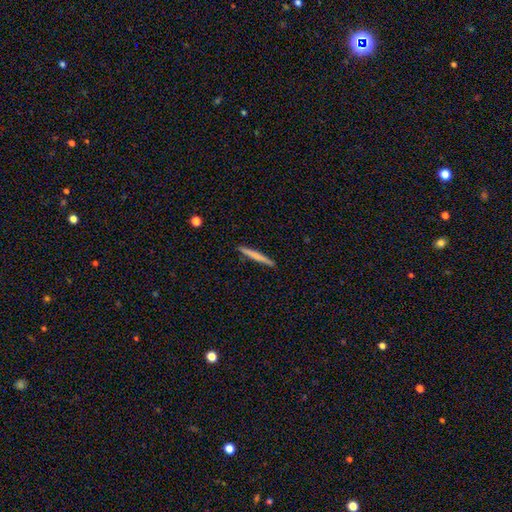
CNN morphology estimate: type=smooth (63%); roundness=cigar-shaped (97%); merging=none (91%).